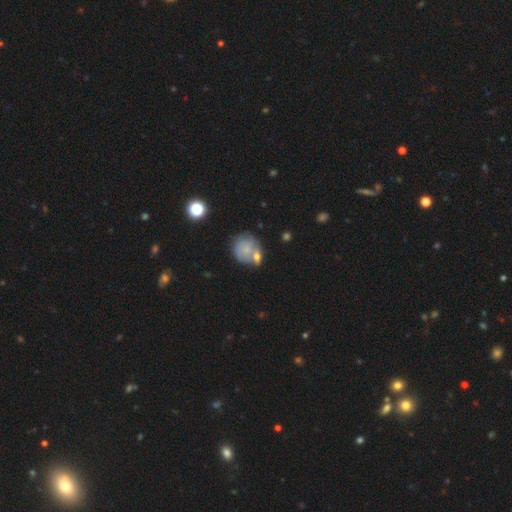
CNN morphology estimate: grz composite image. It shows a smooth galaxy with no disk features (54%) that is round (79%). Merging: none (48%).